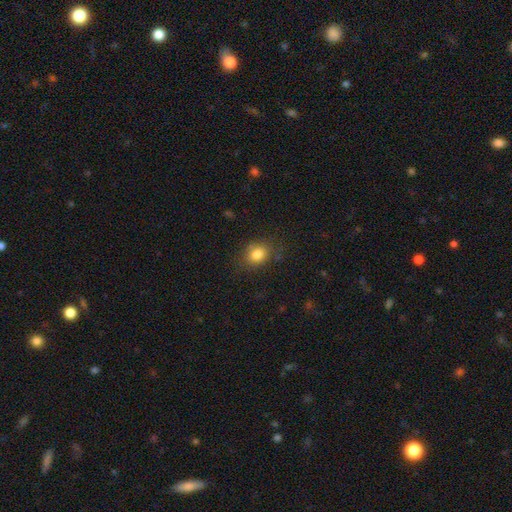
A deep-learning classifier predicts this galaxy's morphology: This is likely a smooth galaxy (80%). How rounded: possibly round (52%). Merging: clearly none (82%).